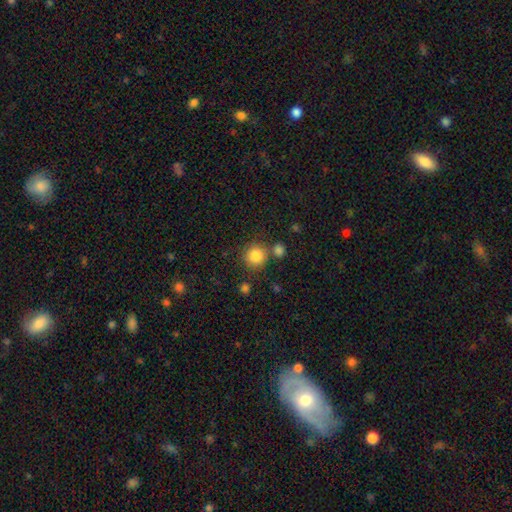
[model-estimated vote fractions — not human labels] smooth-or-featured: smooth: 84% | star or artifact: 10% | featured or disk: 6%
  how-rounded: round: 92% | in between: 7% | cigar-shaped: 1%
  merging: none: 75% | merger: 13% | minor disturbance: 9% | major disturbance: 3%